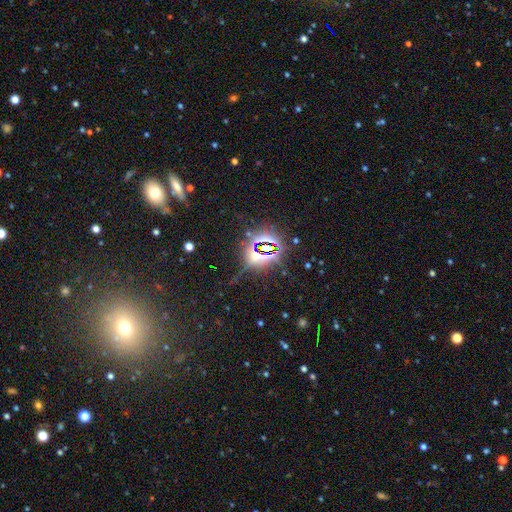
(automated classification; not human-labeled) The model was most divided on "smooth or featured": star or artifact: 76%, smooth: 15%, featured or disk: 9%.